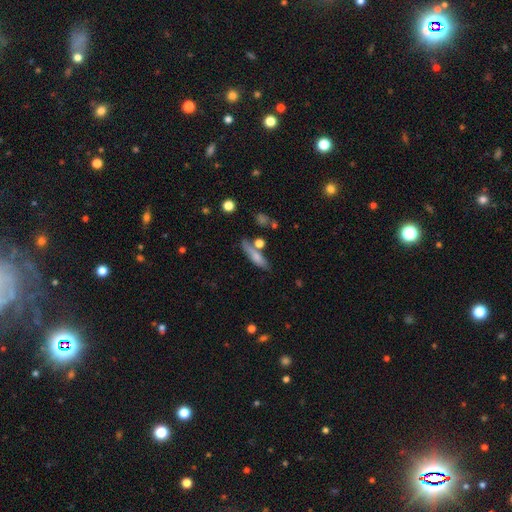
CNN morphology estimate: Overall: smooth (68%). How rounded: cigar-shaped (70%). Merging: none (63%).